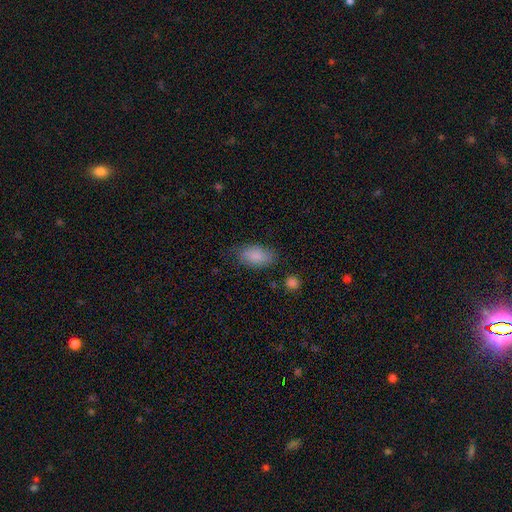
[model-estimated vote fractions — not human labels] smooth_or_featured: smooth (p=0.85) [alt: featured or disk p=0.08]
how_rounded: in between (p=0.92) [alt: round p=0.05]
merging: none (p=0.74) [alt: minor disturbance p=0.19]